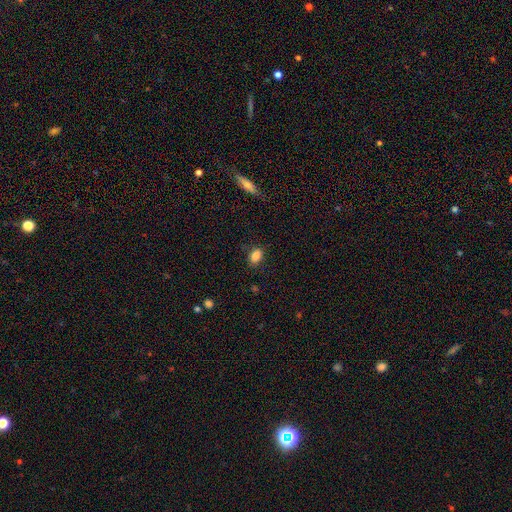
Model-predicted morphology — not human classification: A smooth galaxy with no disk features (86%) that is in between round and cigar-shaped (77%). Merging: none (84%).